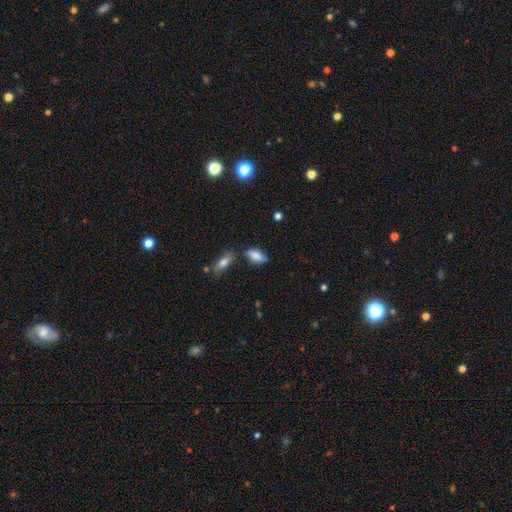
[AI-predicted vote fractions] The model was most divided on "merging": none: 65%, minor disturbance: 22%, merger: 8%, major disturbance: 5%. More confident: how rounded — in between (87%); smooth or featured — smooth (80%).